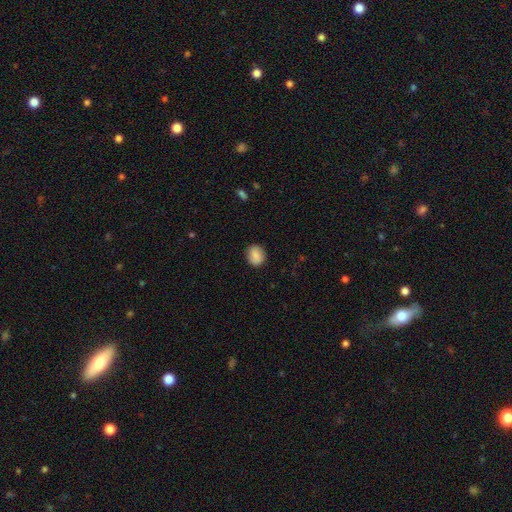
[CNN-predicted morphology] Q: Smooth or featured?
A: smooth (87%); runner-up: star or artifact (8%)
Q: How rounded?
A: round (68%); runner-up: in between (31%)
Q: Merging?
A: none (87%); runner-up: minor disturbance (10%)